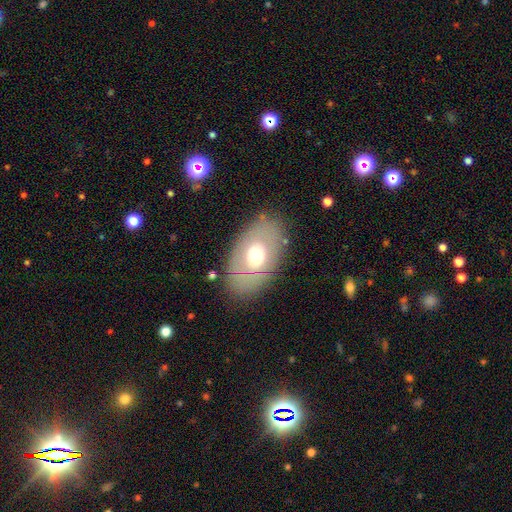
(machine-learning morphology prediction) smooth 58%, featured or disk 33%, star or artifact 8%. Down the decision tree: how rounded — in between (87%); merging — none (81%).